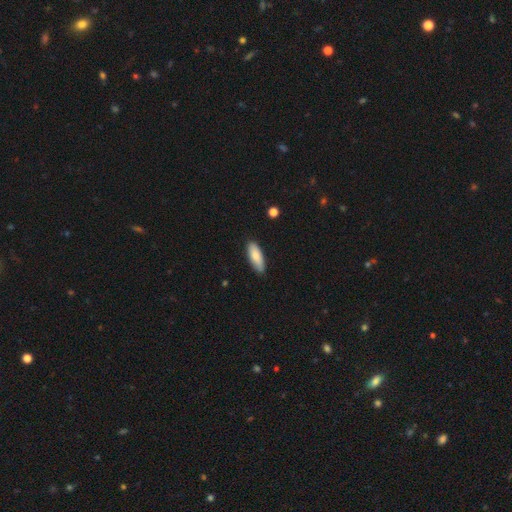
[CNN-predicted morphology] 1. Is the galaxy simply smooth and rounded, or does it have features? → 81% smooth, 13% featured or disk, 6% star or artifact.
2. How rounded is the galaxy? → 66% in between, 32% cigar-shaped, 2% round.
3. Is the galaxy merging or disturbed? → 84% none, 12% minor disturbance, 2% major disturbance, 1% merger.